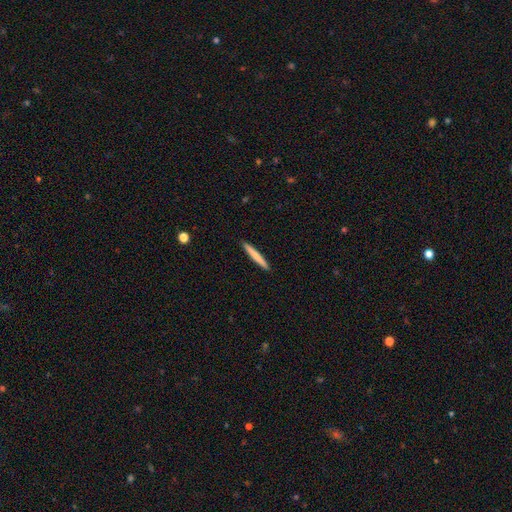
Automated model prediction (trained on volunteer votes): smooth-or-featured: smooth: 72% | featured or disk: 22% | star or artifact: 5%
  how-rounded: cigar-shaped: 96% | in between: 2% | round: 1%
  merging: none: 93% | minor disturbance: 5% | major disturbance: 1% | merger: 1%